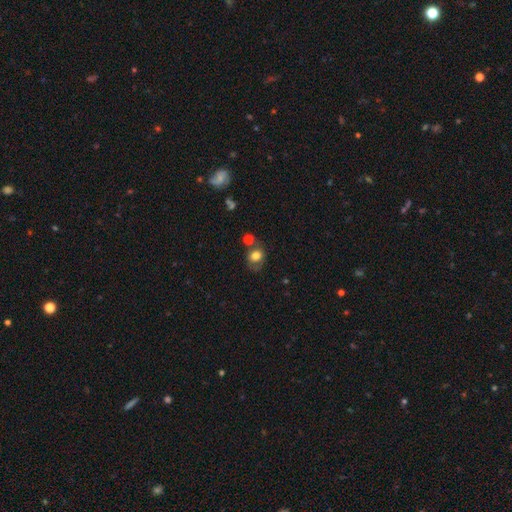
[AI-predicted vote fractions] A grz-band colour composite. It shows a smooth galaxy with no disk features (74%) that is round (57%). Merging: none (54%).